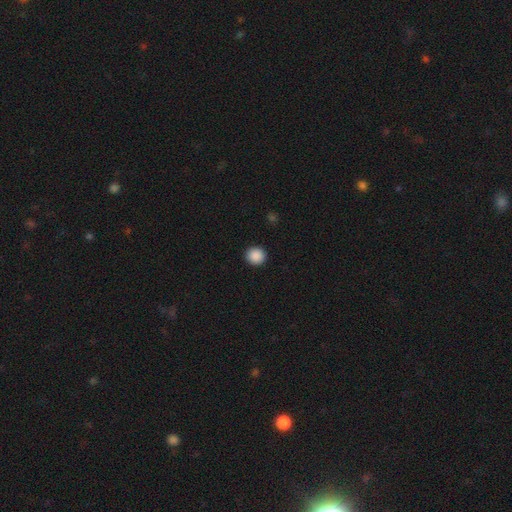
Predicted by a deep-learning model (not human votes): Q: Smooth or featured?
A: smooth (89%); runner-up: star or artifact (9%)
Q: How rounded?
A: round (92%); runner-up: in between (7%)
Q: Merging?
A: none (93%); runner-up: minor disturbance (4%)